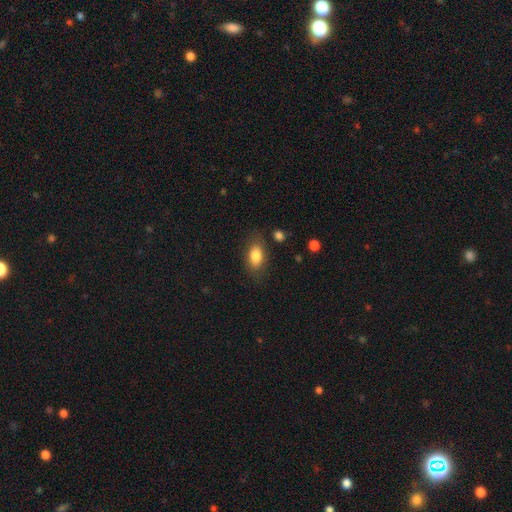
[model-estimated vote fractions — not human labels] The model was most divided on "merging": none: 77%, minor disturbance: 16%, major disturbance: 5%, merger: 2%. More confident: how rounded — in between (87%); smooth or featured — smooth (82%).